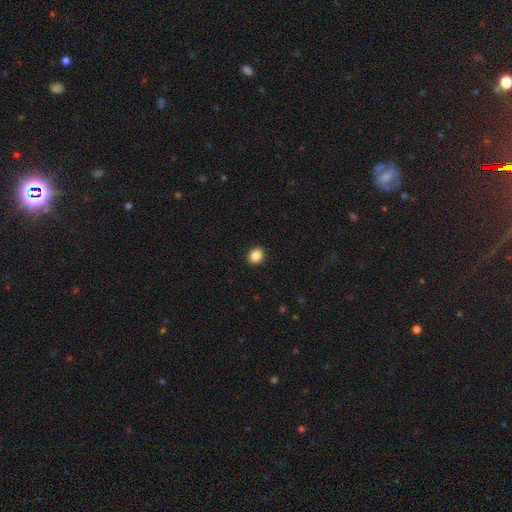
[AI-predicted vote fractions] This appears to be a smooth galaxy with no disk features (87%) that is round (58%). Merging: none (92%).